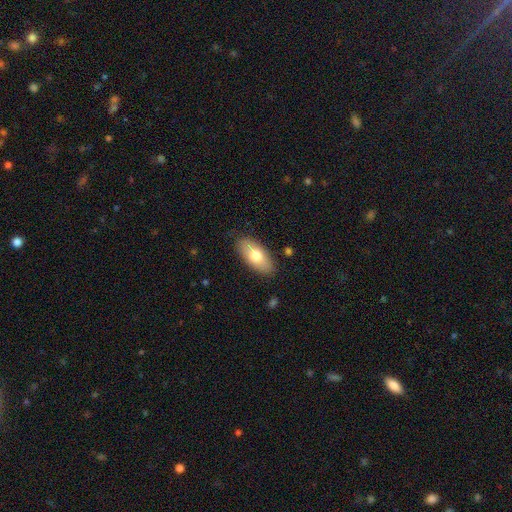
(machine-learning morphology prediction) type=smooth (74%); roundness=in between (89%); merging=none (86%).